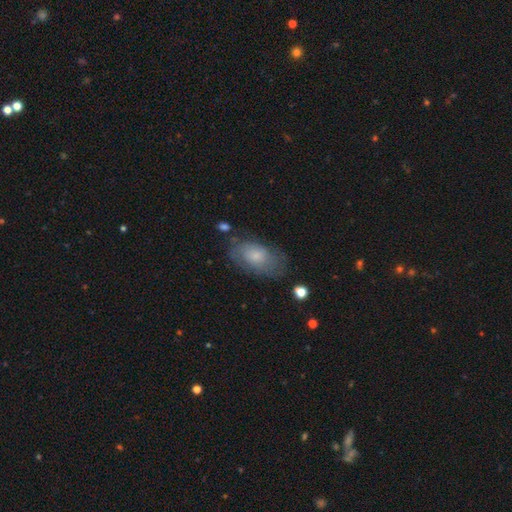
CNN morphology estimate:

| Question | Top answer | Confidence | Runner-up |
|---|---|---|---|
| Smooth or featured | smooth | 59% | featured or disk (32%) |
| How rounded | in between | 91% | round (6%) |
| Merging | none | 67% | minor disturbance (21%) |